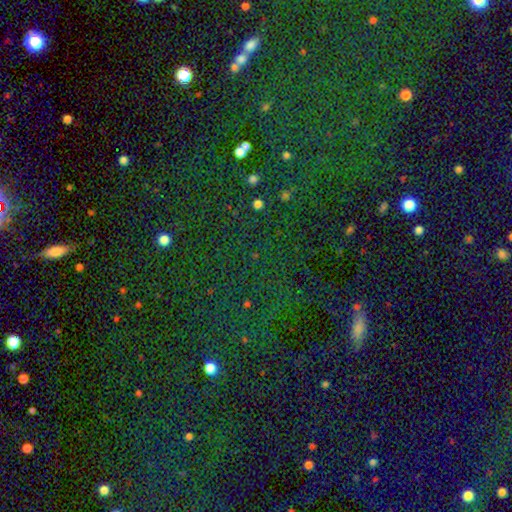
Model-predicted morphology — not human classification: A star or artifact, not a galaxy (71%).